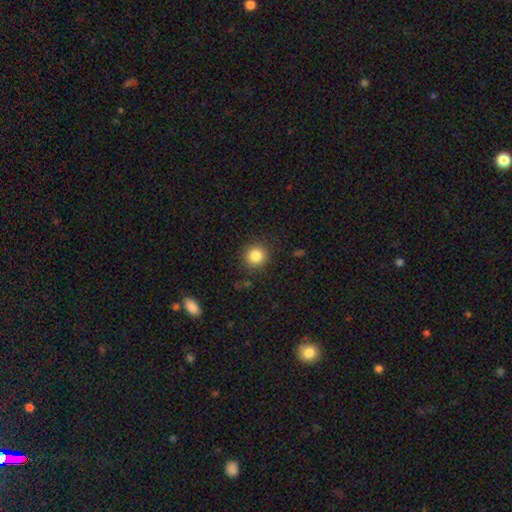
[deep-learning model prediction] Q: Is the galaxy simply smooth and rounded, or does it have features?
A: smooth — 84%.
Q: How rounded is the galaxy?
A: round — 93%.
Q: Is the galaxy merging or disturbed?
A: none — 89%.